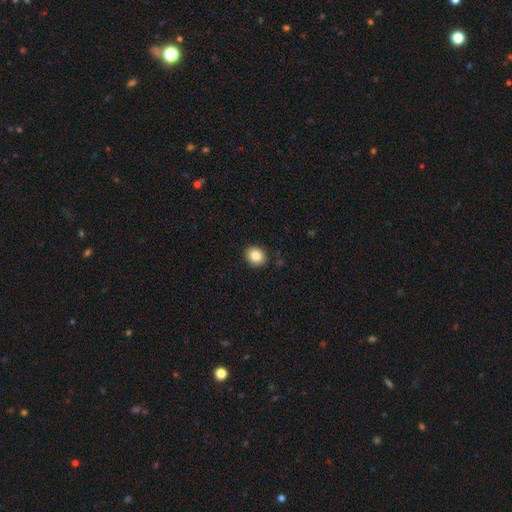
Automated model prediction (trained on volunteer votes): Overall: smooth (84%). How rounded: round (68%; in between 31%). Merging: none (89%).